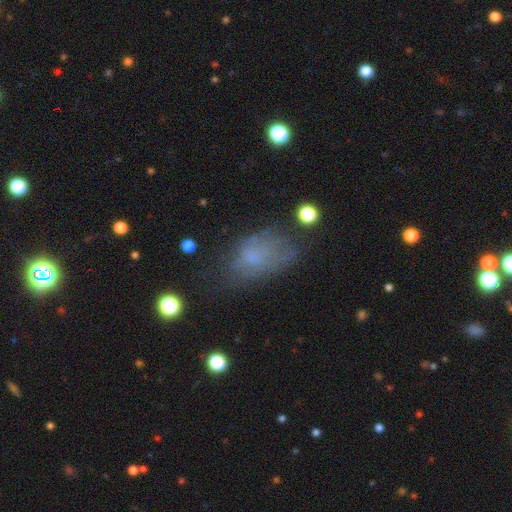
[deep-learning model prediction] This appears to be a smooth galaxy with no disk features (59%) that is in between round and cigar-shaped (87%). Merging: none (46%).